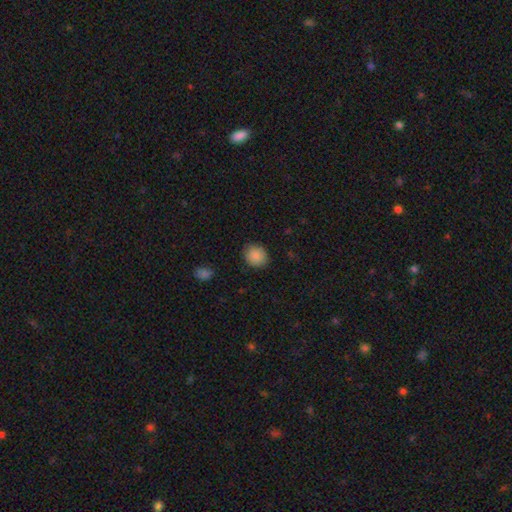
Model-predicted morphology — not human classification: smooth 87%, star or artifact 8%, featured or disk 5%. Down the decision tree: how rounded — round (76%); merging — none (89%).